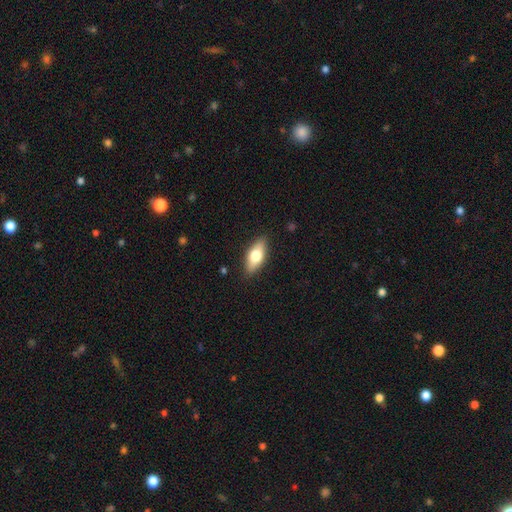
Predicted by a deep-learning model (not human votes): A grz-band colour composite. It shows a smooth galaxy with no disk features (67%) that is in between round and cigar-shaped (79%). Merging: none (87%).